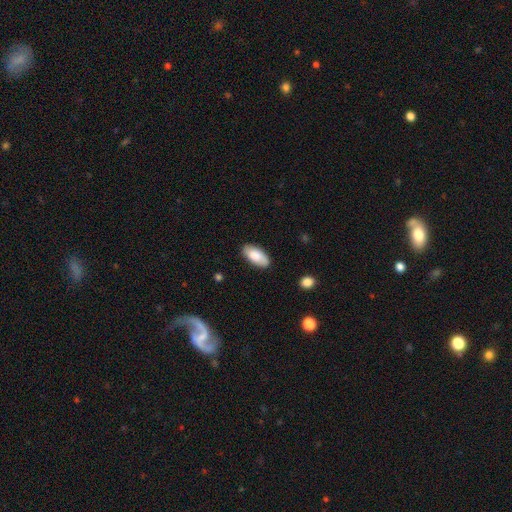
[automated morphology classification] Smooth or featured? smooth (83%)
How rounded? in between (93%)
Merging? none (84%)